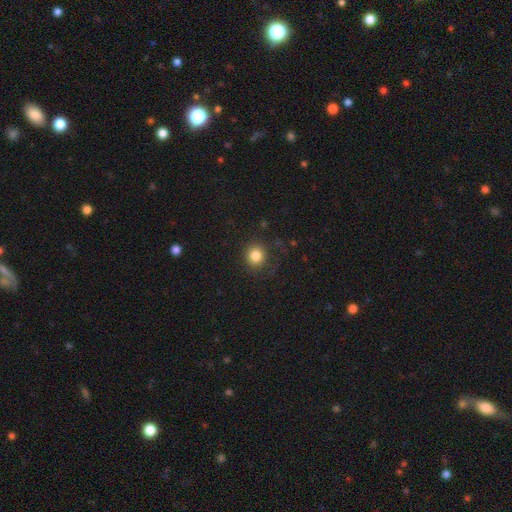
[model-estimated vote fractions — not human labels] Smooth or featured? smooth (83%)
How rounded? round (88%)
Merging? none (82%)